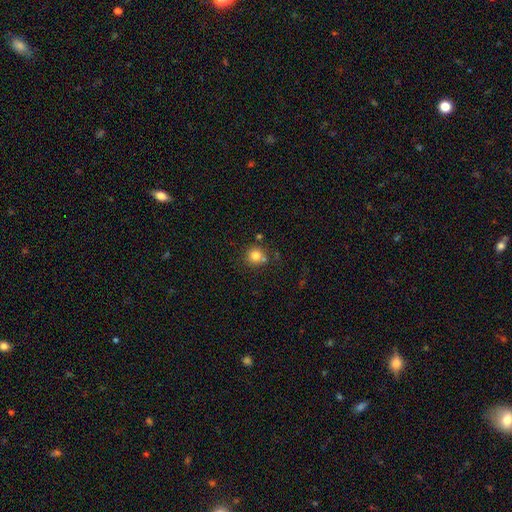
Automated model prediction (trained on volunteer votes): Smooth or featured?
  - smooth: 81% *
  - star or artifact: 12%
  - featured or disk: 7%
How rounded?
  - round: 91% *
  - in between: 8%
  - cigar-shaped: 1%
Merging?
  - none: 72% *
  - merger: 14%
  - minor disturbance: 11%
  - major disturbance: 4%